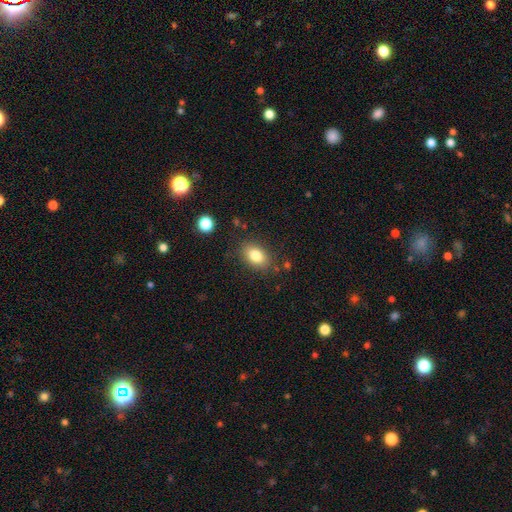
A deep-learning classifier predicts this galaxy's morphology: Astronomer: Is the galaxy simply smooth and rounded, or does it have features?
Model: smooth — 82%.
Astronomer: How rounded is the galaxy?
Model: in between — 82%.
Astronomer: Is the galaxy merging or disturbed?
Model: none — 83%.